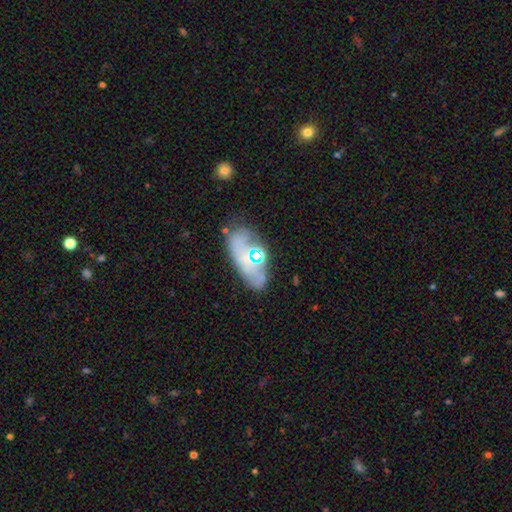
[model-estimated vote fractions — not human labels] smooth_or_featured: smooth (p=0.44) [tied with: featured or disk p=0.44]
merging: none (p=0.63) [alt: minor disturbance p=0.21]